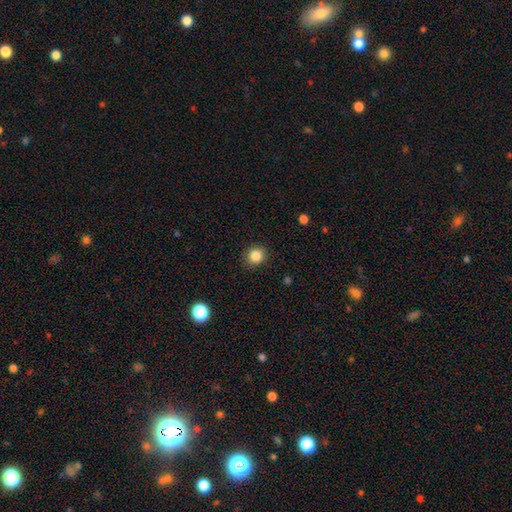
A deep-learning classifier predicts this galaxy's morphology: smooth-or-featured: smooth: 86% | star or artifact: 10% | featured or disk: 4%
  how-rounded: round: 83% | in between: 16% | cigar-shaped: 1%
  merging: none: 88% | minor disturbance: 8% | major disturbance: 2% | merger: 1%